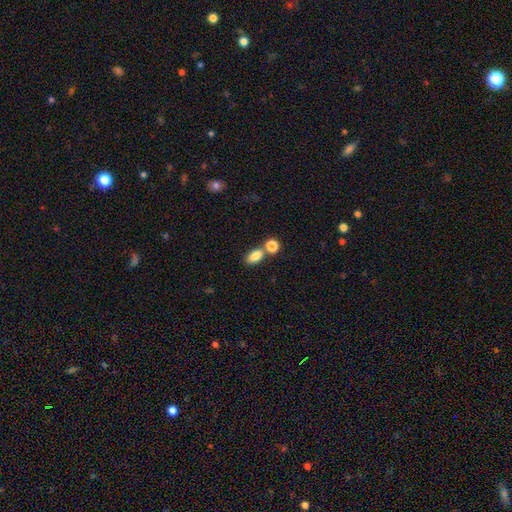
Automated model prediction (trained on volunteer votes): Smooth or featured: smooth — 83% (star or artifact — 9%)
How rounded: in between — 85% (round — 12%)
Merging: none — 52% (merger — 34%)